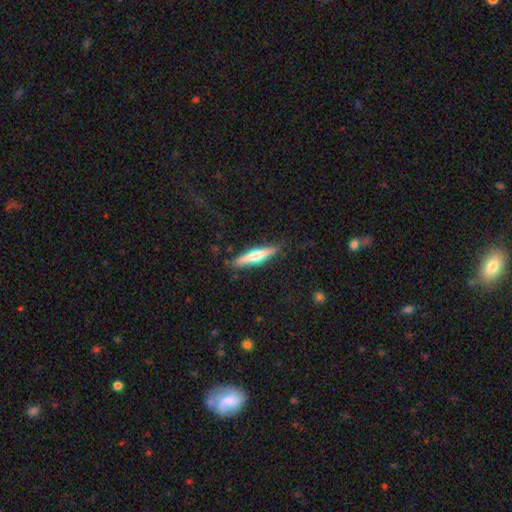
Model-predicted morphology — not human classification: This appears to be a featured or disk galaxy (50%). Merging: none (85%).